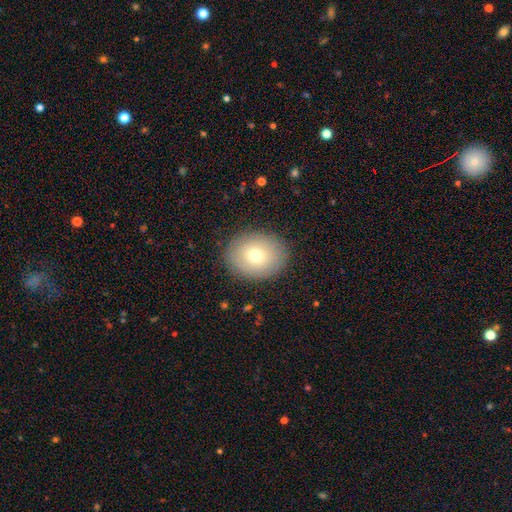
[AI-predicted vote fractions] A smooth galaxy with no disk features (71%) that is round (50%). Merging: none (87%).